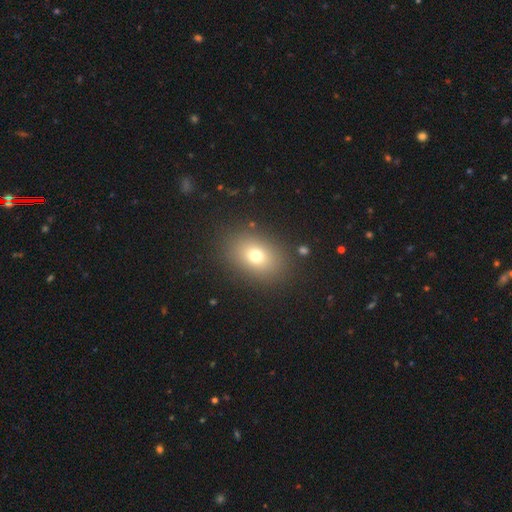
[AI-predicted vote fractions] smooth 73%, star or artifact 14%, featured or disk 12%. Down the decision tree: how rounded — in between (68%); merging — none (86%).